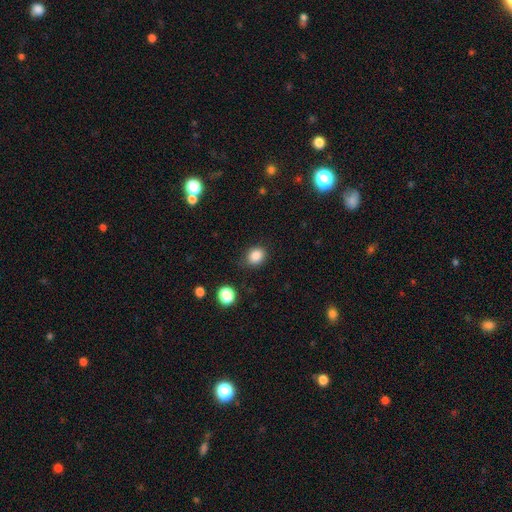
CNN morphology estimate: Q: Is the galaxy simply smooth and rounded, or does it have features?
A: smooth — 86%.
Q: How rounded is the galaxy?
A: round — 65%.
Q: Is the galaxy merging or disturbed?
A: none — 82%.